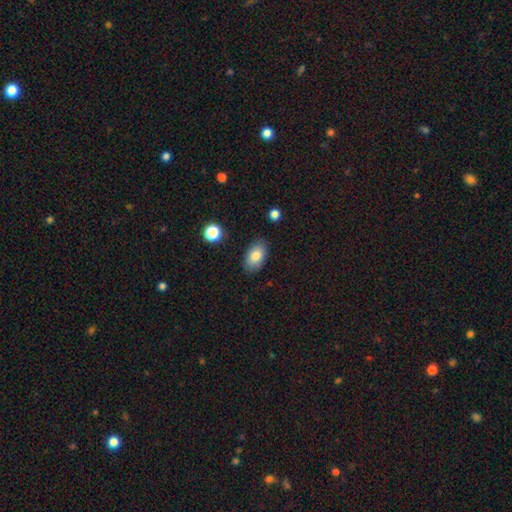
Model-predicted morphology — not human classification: Smooth or featured?
  - smooth: 82% *
  - featured or disk: 11%
  - star or artifact: 8%
How rounded?
  - in between: 91% *
  - round: 7%
  - cigar-shaped: 2%
Merging?
  - none: 84% *
  - minor disturbance: 12%
  - major disturbance: 3%
  - merger: 2%